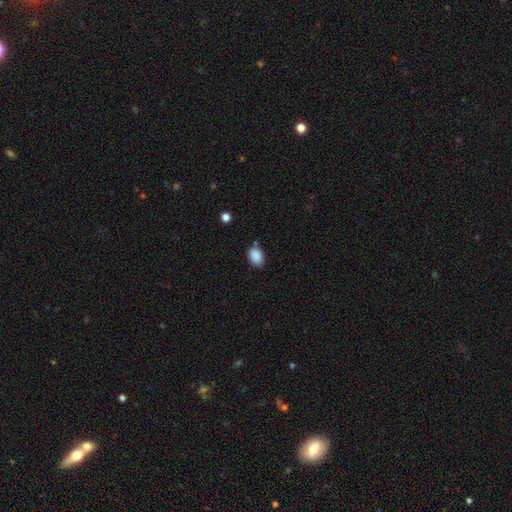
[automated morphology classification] Smooth or featured? Predicted: smooth (p=0.89). How rounded? Predicted: in between (p=0.82). Merging? Predicted: none (p=0.75).